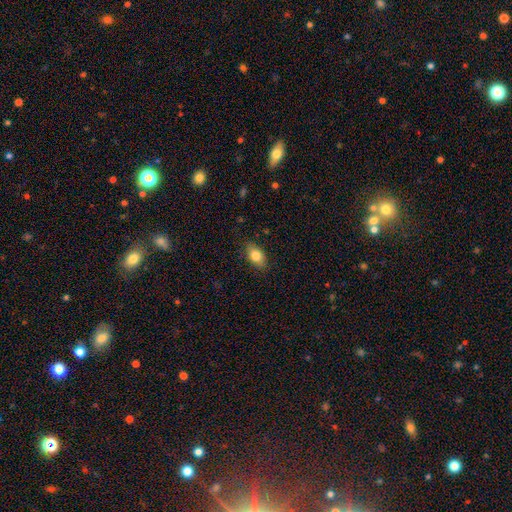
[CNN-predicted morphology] smooth 80%, featured or disk 12%, star or artifact 8%. Down the decision tree: how rounded — in between (88%); merging — none (86%).